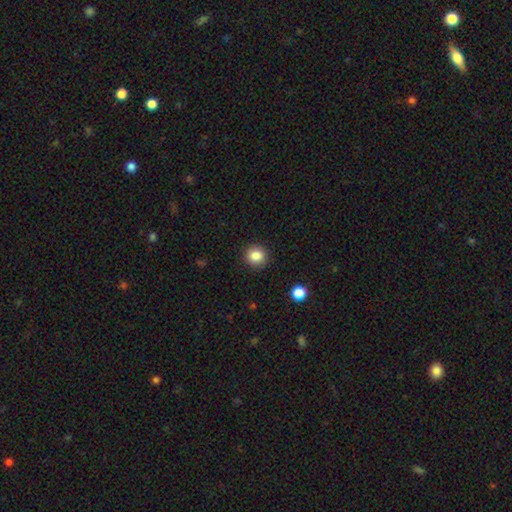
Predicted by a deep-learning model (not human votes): Morphology: type=smooth (85%); roundness=round (88%); merging=none (91%).